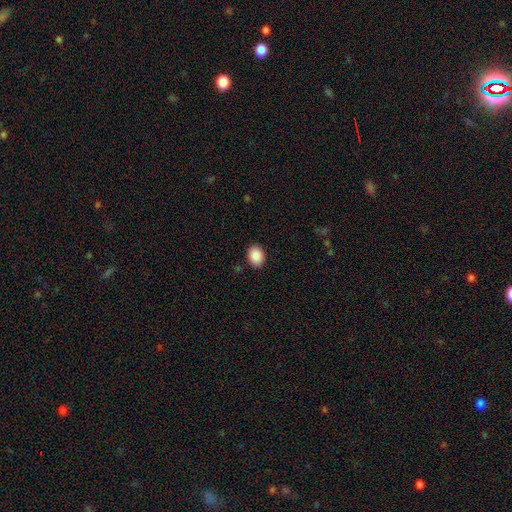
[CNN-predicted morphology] This appears to be a smooth galaxy with no disk features (90%) that is in between round and cigar-shaped (65%). Merging: none (89%).